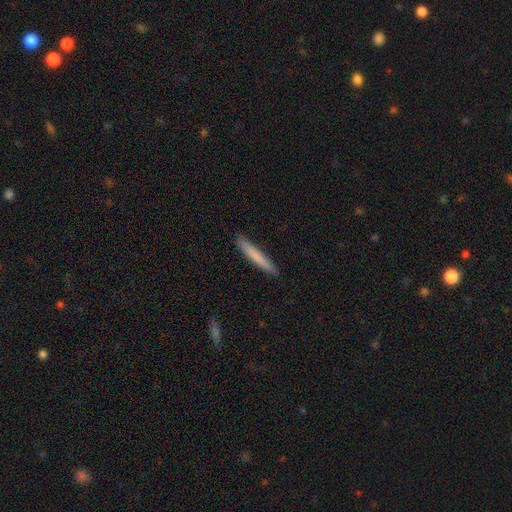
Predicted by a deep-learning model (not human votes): This appears to be a smooth galaxy with no disk features (77%) that is cigar-shaped (95%). Merging: none (91%).